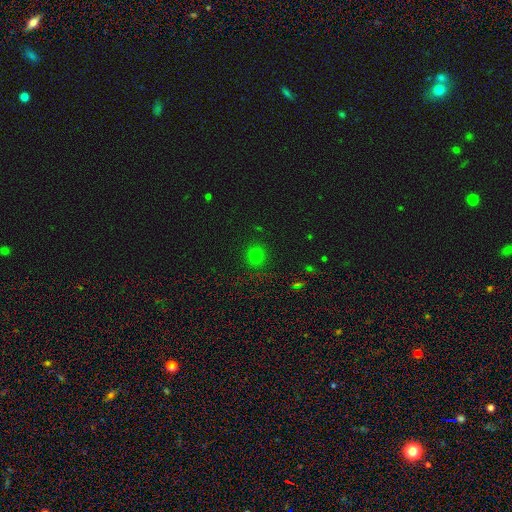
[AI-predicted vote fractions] This appears to be a smooth galaxy with no disk features (74%) that is round (91%). Merging: none (90%).